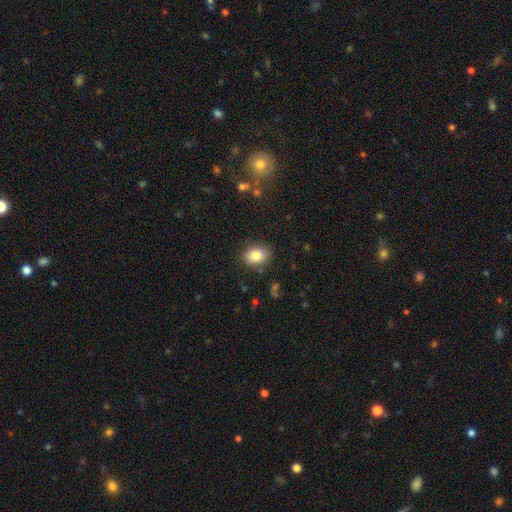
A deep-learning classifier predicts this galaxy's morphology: smooth_or_featured: smooth (p=0.85) [alt: star or artifact p=0.08]
how_rounded: in between (p=0.70) [alt: round p=0.29]
merging: none (p=0.86) [alt: minor disturbance p=0.10]